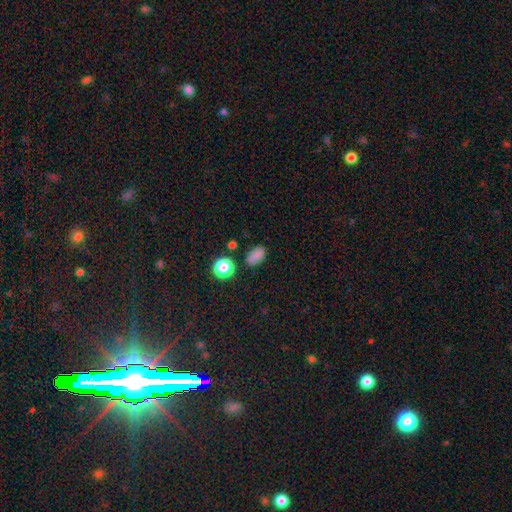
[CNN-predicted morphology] Smooth or featured? Predicted: smooth (p=0.79). How rounded? Predicted: in between (p=0.83). Merging? Predicted: none (p=0.77).